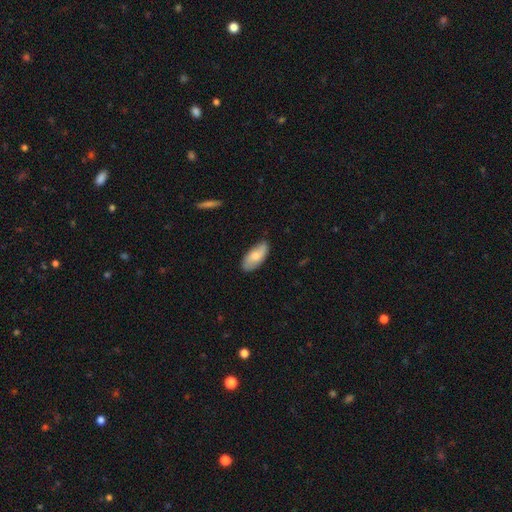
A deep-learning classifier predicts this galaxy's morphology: Q: Smooth or featured?
A: smooth (65%); runner-up: featured or disk (29%)
Q: How rounded?
A: in between (89%); runner-up: cigar-shaped (9%)
Q: Merging?
A: none (77%); runner-up: minor disturbance (19%)